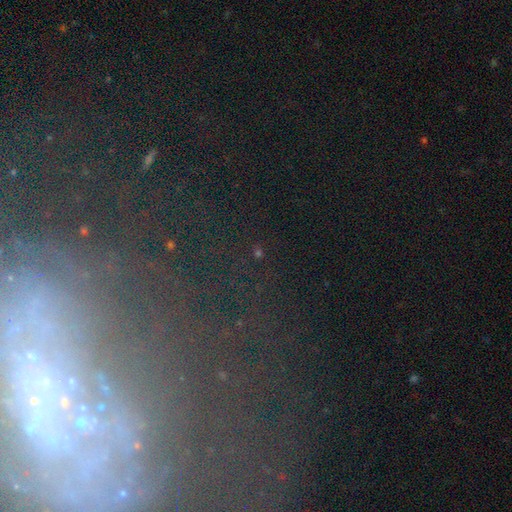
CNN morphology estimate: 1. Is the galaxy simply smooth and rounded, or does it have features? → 68% star or artifact, 16% smooth, 16% featured or disk.